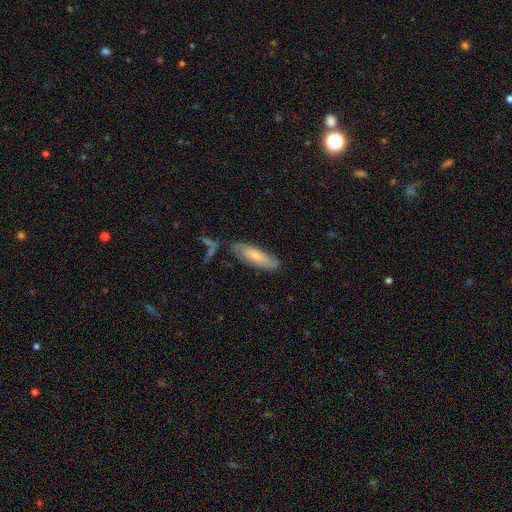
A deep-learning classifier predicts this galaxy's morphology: smooth_or_featured: smooth (p=0.57) [alt: featured or disk p=0.37]
how_rounded: in between (p=0.50) [alt: cigar-shaped p=0.49]
merging: none (p=0.74) [alt: minor disturbance p=0.17]